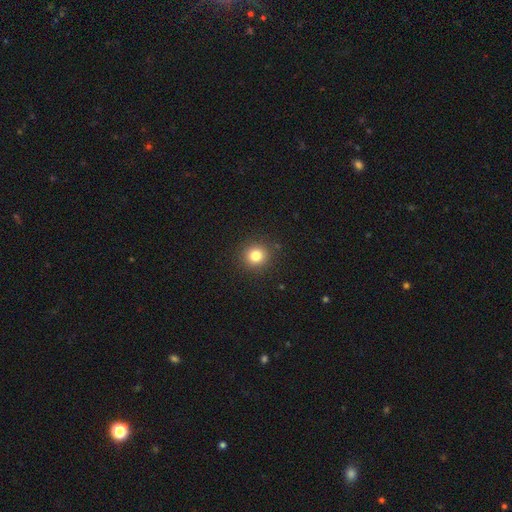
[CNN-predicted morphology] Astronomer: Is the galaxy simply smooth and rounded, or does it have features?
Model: smooth — 81%.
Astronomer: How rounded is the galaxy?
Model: round — 93%.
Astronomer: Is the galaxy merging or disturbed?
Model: none — 91%.